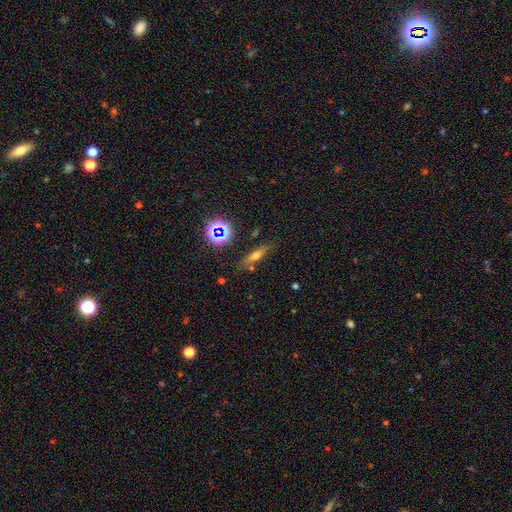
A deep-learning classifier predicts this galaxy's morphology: A smooth galaxy with no disk features (48%). Merging: none (79%).